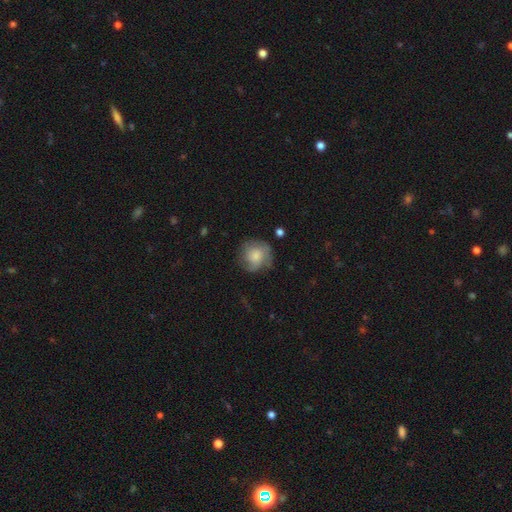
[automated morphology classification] Smooth or featured?
  - smooth: 60% *
  - featured or disk: 32%
  - star or artifact: 8%
How rounded?
  - round: 85% *
  - in between: 14%
  - cigar-shaped: 1%
Merging?
  - none: 62% *
  - minor disturbance: 24%
  - major disturbance: 11%
  - merger: 2%